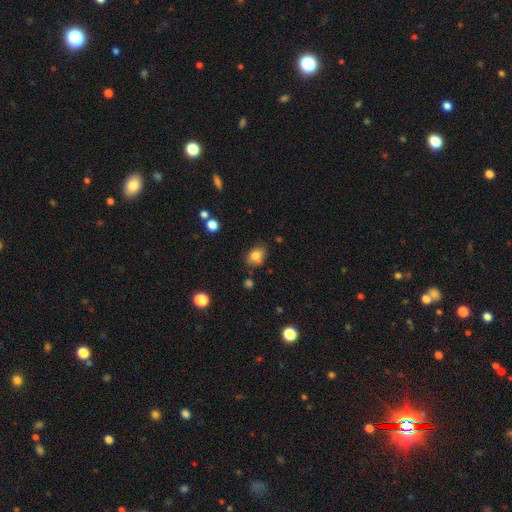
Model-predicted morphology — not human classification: A smooth galaxy with no disk features (81%) that is in between round and cigar-shaped (59%).

Vote fractions:
- Smooth or featured? smooth: 81% / star or artifact: 11% / featured or disk: 8%
- How rounded? in between: 59% / round: 40% / cigar-shaped: 1%
- Merging? none: 77% / minor disturbance: 17% / major disturbance: 3% / merger: 3%